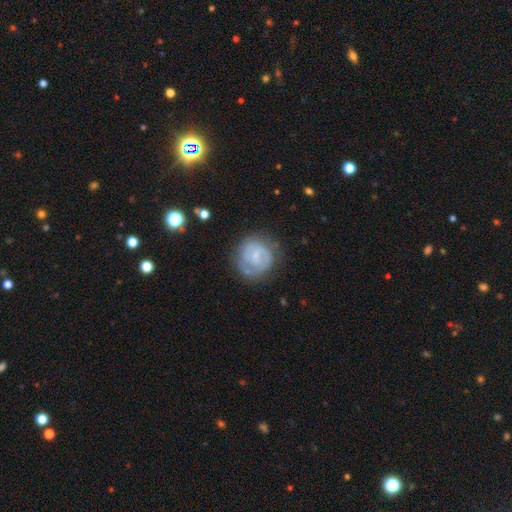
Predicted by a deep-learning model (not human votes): Smooth or featured? Predicted: featured or disk (p=0.56). Edge-on disk? Predicted: no (p=0.98). Bar? Predicted: no (p=0.47). Spiral arms? Predicted: yes (p=0.66). Bulge size? Predicted: small (p=0.54). Merging? Predicted: none (p=0.63).